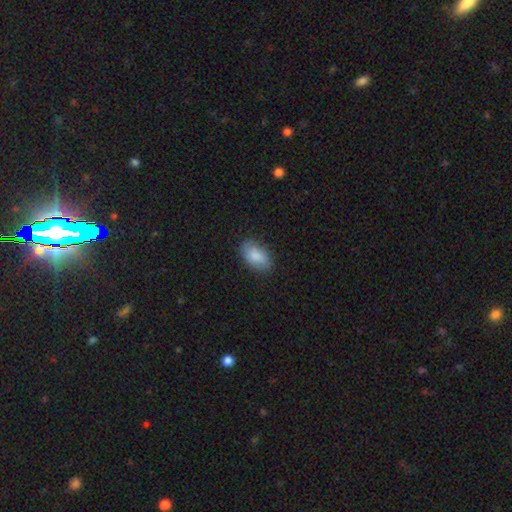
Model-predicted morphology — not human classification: type=smooth (85%); roundness=in between (93%); merging=none (81%).